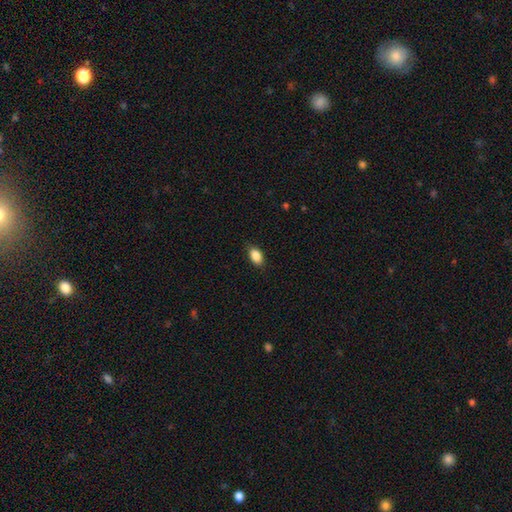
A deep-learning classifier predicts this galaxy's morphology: A smooth galaxy with no disk features (87%) that is in between round and cigar-shaped (89%).

Vote fractions:
- Smooth or featured? smooth: 87% / star or artifact: 8% / featured or disk: 5%
- How rounded? in between: 89% / round: 9% / cigar-shaped: 2%
- Merging? none: 86% / minor disturbance: 11% / major disturbance: 2% / merger: 1%